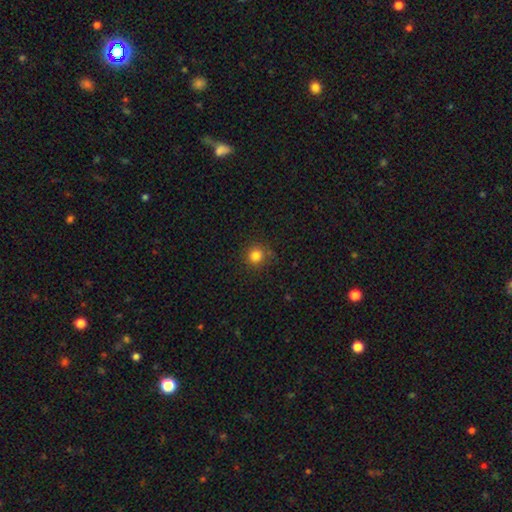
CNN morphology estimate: This is clearly a smooth galaxy (82%). How rounded: clearly round (94%). Merging: clearly none (85%).